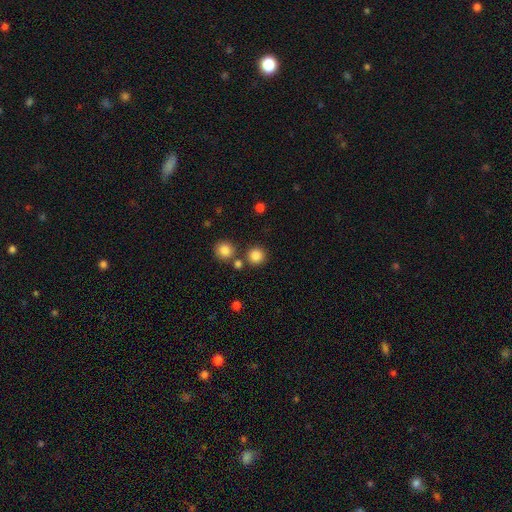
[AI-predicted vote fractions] smooth-or-featured: smooth: 83% | star or artifact: 12% | featured or disk: 4%
  how-rounded: round: 93% | in between: 6% | cigar-shaped: 1%
  merging: none: 79% | merger: 11% | minor disturbance: 7% | major disturbance: 3%